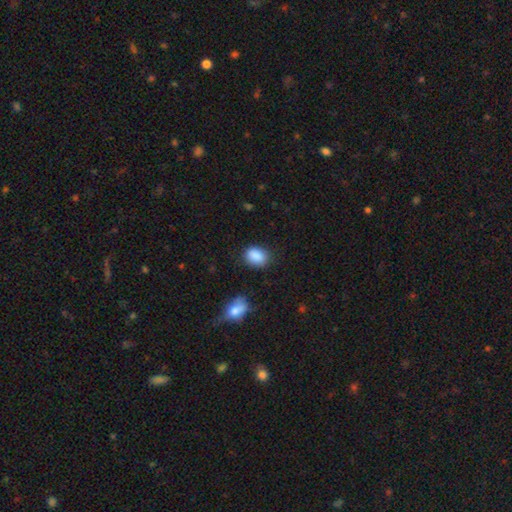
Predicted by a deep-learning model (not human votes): smooth_or_featured: smooth (p=0.89) [alt: star or artifact p=0.08]
how_rounded: in between (p=0.70) [alt: round p=0.28]
merging: none (p=0.79) [alt: minor disturbance p=0.14]